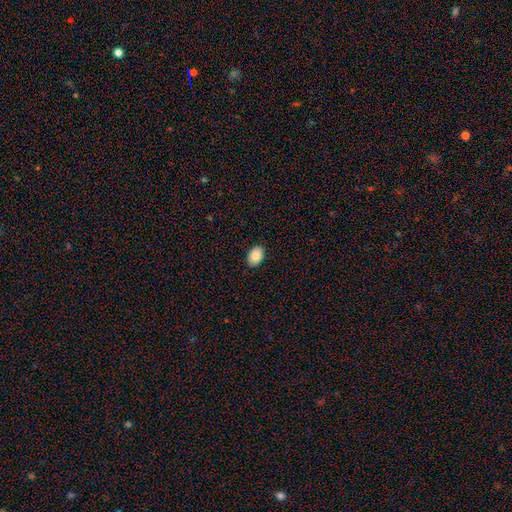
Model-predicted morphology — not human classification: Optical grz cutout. It shows a smooth galaxy with no disk features (88%) that is in between round and cigar-shaped (87%). Merging: none (88%).